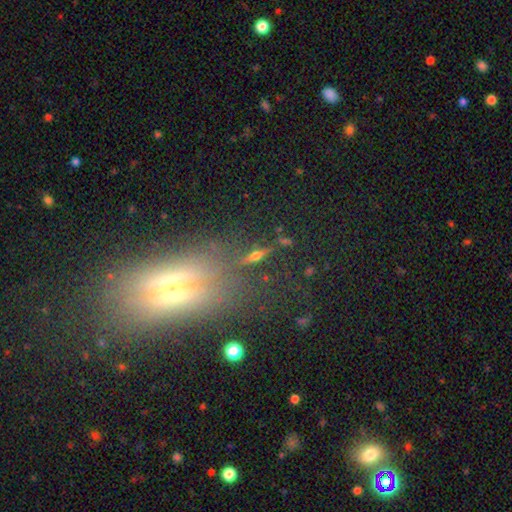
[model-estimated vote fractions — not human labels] featured or disk 60%, smooth 23%, star or artifact 16%. Down the decision tree: edge-on disk — yes (85%); edge-on bulge — rounded (94%); merging — none (81%).